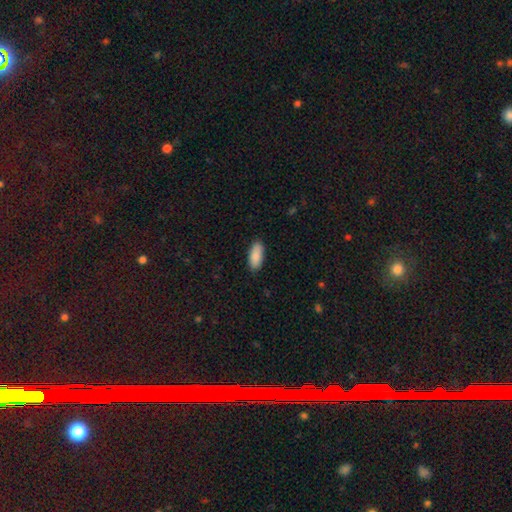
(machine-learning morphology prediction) smooth 89%, star or artifact 6%, featured or disk 5%. Down the decision tree: how rounded — in between (85%); merging — none (87%).